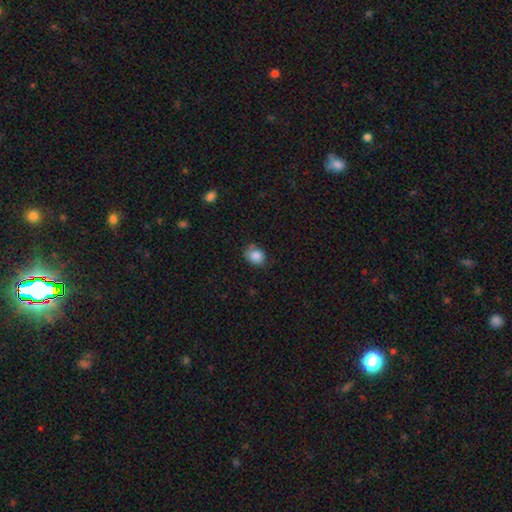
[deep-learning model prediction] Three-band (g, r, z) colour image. It shows a smooth galaxy with no disk features (86%) that is round (54%). Merging: none (65%).